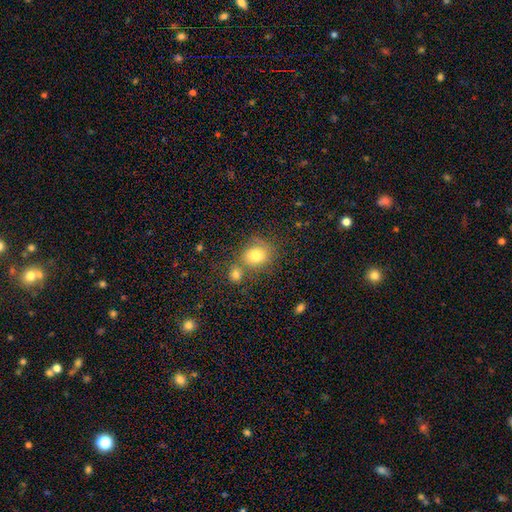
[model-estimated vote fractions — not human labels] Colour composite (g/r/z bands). It shows a smooth galaxy with no disk features (77%) that is round (69%). Merging: none (55%).